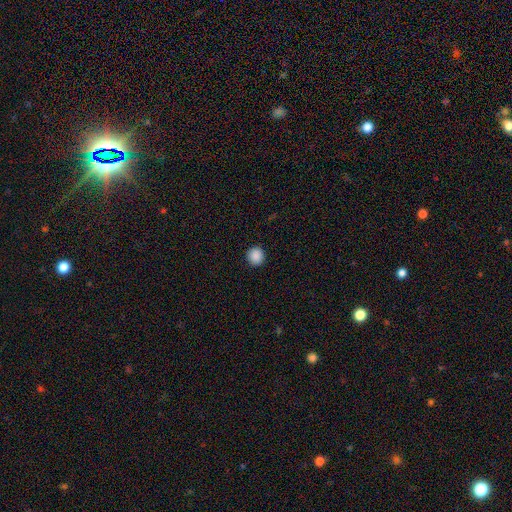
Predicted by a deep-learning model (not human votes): The model was most divided on "smooth or featured": smooth: 89%, star or artifact: 9%, featured or disk: 2%. More confident: merging — none (93%); how rounded — round (93%).